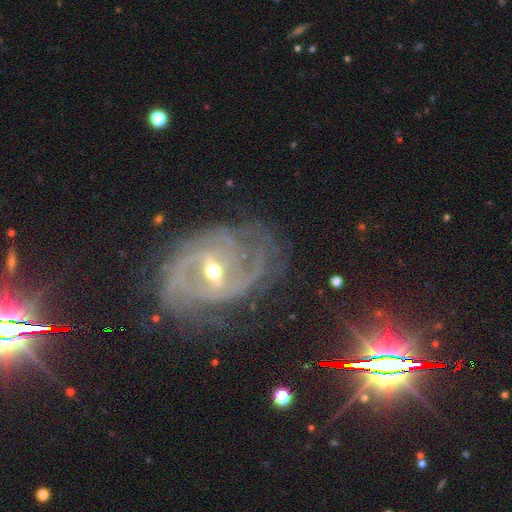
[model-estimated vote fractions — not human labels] A featured or disk galaxy (88%) with a strong bar (45%), 2 (40%) tight (46%) spiral arms (97%) and a moderate central bulge (56%).

Vote fractions:
- Smooth or featured? featured or disk: 88% / star or artifact: 8% / smooth: 4%
- Edge-on disk? no: 96% / yes: 4%
- Bar? strong: 45% / weak: 43% / no: 13%
- Spiral arms? yes: 97% / no: 3%
- Spiral winding? tight: 46% / medium: 41% / loose: 13%
- Spiral arm count? 2: 40% / can't tell: 21% / 3: 18% / 4: 9% / more than 4: 6% / 1: 6%
- Bulge size? moderate: 56% / small: 40% / large: 2% / none: 1% / dominant: 1%
- Merging? none: 70% / minor disturbance: 18% / major disturbance: 10% / merger: 1%